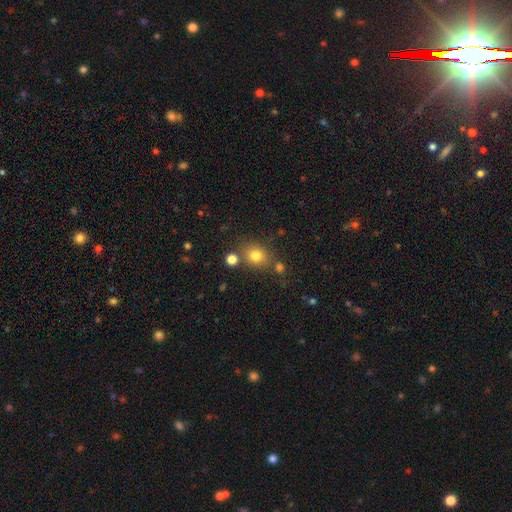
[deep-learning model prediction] smooth 78%, star or artifact 14%, featured or disk 8%. Down the decision tree: how rounded — round (72%); merging — none (74%).